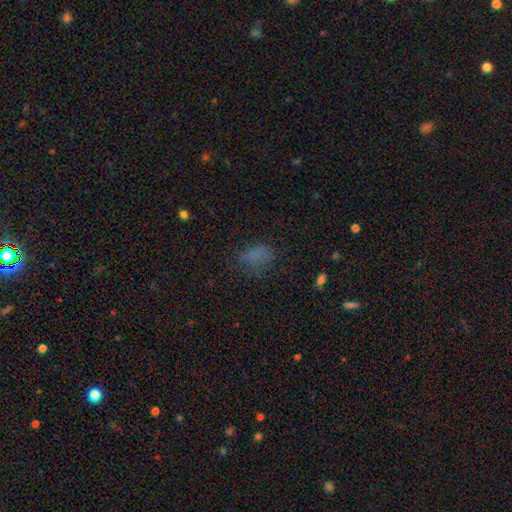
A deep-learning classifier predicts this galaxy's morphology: A smooth galaxy with no disk features (66%) that is in between round and cigar-shaped (75%). Merging: none (55%).